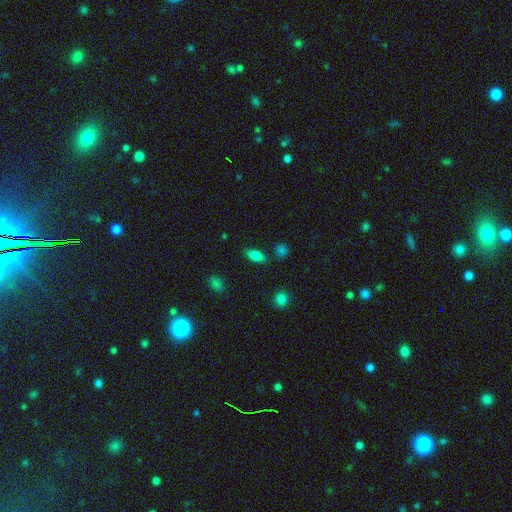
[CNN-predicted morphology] Smooth or featured?
  - smooth: 78% *
  - featured or disk: 13%
  - star or artifact: 9%
How rounded?
  - in between: 84% *
  - cigar-shaped: 11%
  - round: 5%
Merging?
  - none: 82% *
  - minor disturbance: 11%
  - merger: 4%
  - major disturbance: 3%